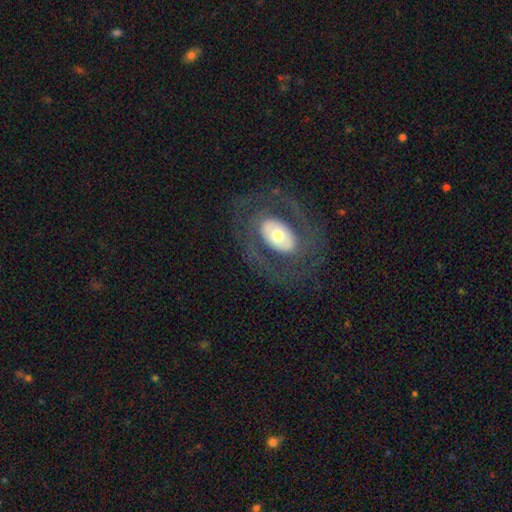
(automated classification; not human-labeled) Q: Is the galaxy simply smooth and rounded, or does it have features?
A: featured or disk — 71%.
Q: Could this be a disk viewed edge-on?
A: no — 93%.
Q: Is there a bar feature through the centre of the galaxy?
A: no — 49%.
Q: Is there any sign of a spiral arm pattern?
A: yes — 54%.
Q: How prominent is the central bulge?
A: moderate — 53%.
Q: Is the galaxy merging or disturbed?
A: none — 79%.